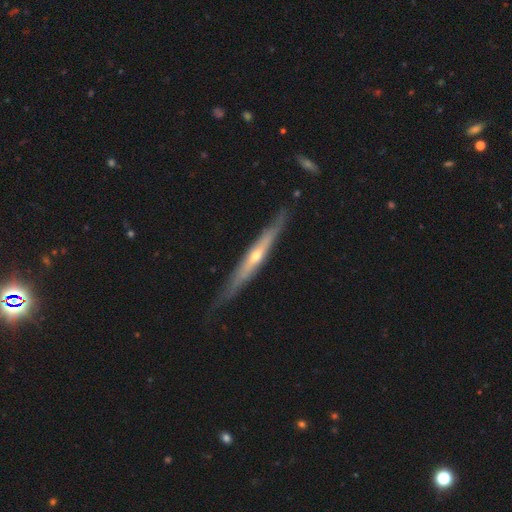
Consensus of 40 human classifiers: smooth-or-featured: featured or disk: 88% | smooth: 10% | star or artifact: 2%
  disk-edge-on: yes: 100% | no: 0%
    edge-on-bulge: rounded: 77% | none: 14% | boxy: 9%
  merging: none: 79% | minor disturbance: 18% | merger: 3% | major disturbance: 0%